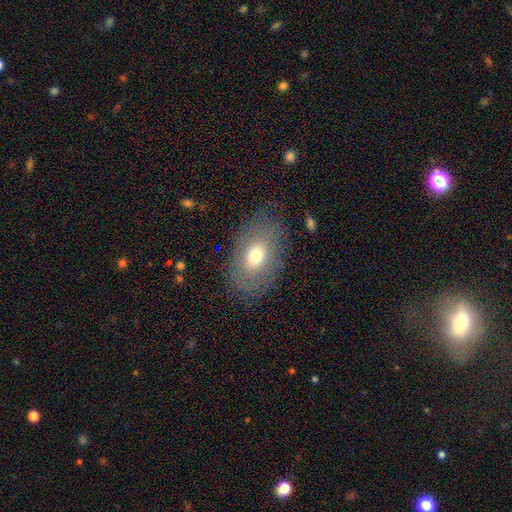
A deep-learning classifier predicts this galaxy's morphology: smooth_or_featured: smooth (p=0.68) [alt: featured or disk p=0.22]
how_rounded: in between (p=0.85) [alt: round p=0.14]
merging: none (p=0.78) [alt: minor disturbance p=0.14]